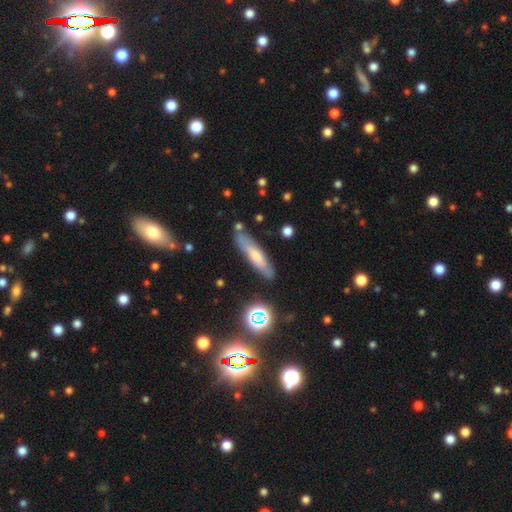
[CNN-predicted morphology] This appears to be a smooth galaxy with no disk features (55%) that is cigar-shaped (80%). Merging: none (80%).